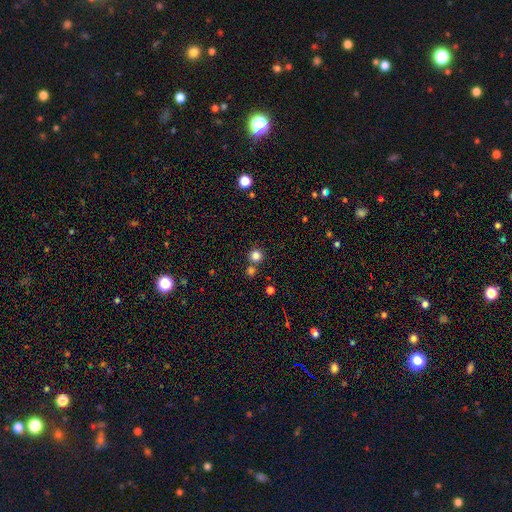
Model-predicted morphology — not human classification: This is clearly a smooth galaxy (81%). How rounded: clearly round (94%). Merging: likely none (72%).